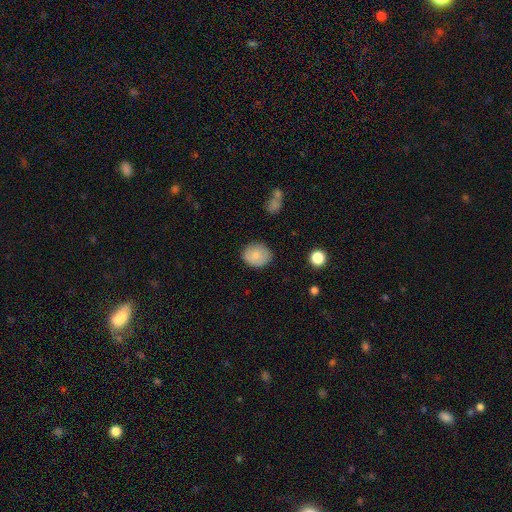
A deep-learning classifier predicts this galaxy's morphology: Overall: smooth (82%). How rounded: round (61%; in between 39%). Merging: none (82%).